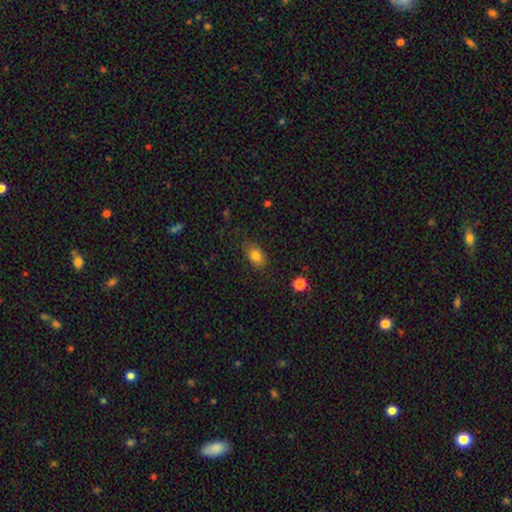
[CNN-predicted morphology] type=smooth (82%); roundness=in between (82%); merging=none (81%).